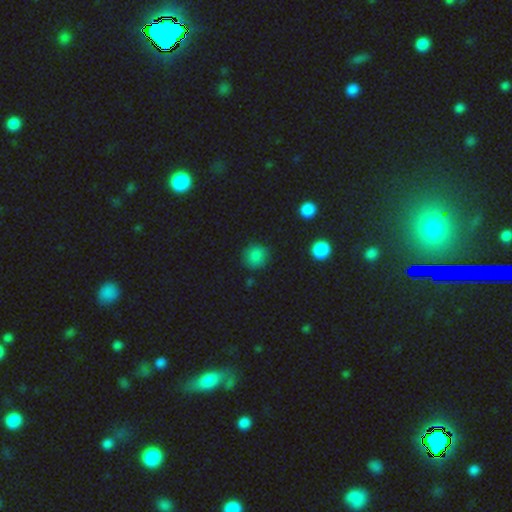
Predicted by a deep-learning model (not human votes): smooth 84%, star or artifact 11%, featured or disk 5%. Down the decision tree: how rounded — round (87%); merging — none (84%).